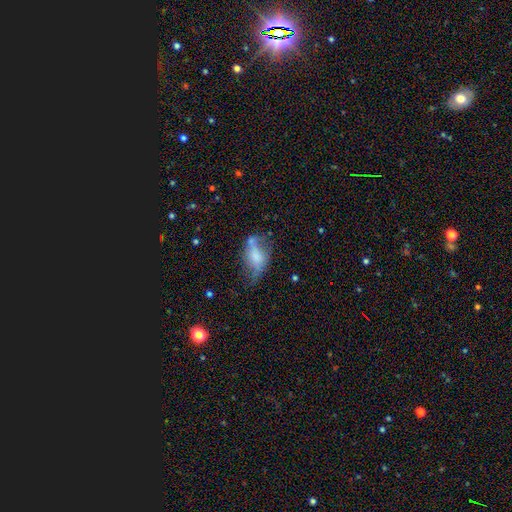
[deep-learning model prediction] A smooth galaxy with no disk features (47%).

Vote fractions:
- Smooth or featured? smooth: 47% / featured or disk: 43% / star or artifact: 9%
- Merging? none: 34% / minor disturbance: 30% / major disturbance: 24% / merger: 12%